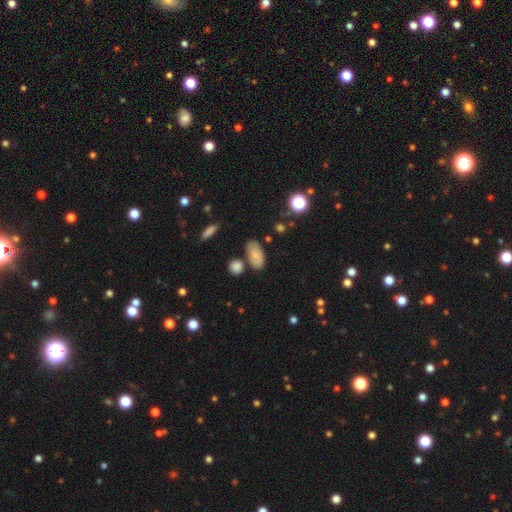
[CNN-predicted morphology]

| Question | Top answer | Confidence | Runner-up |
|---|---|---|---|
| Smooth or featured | smooth | 76% | featured or disk (15%) |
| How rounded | in between | 91% | round (4%) |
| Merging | none | 67% | minor disturbance (18%) |